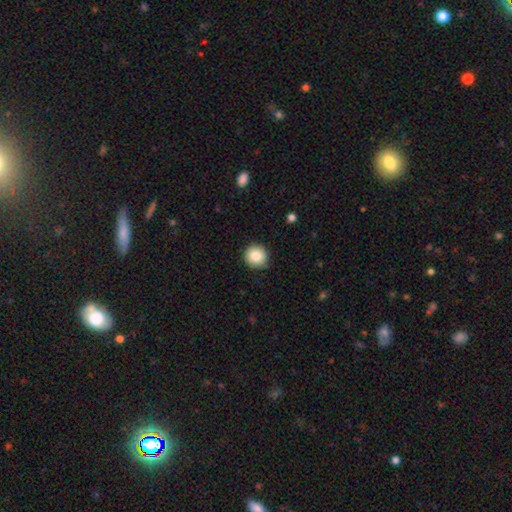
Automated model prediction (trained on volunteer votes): smooth-or-featured: smooth: 86% | star or artifact: 9% | featured or disk: 5%
  how-rounded: round: 93% | in between: 7% | cigar-shaped: 1%
  merging: none: 88% | minor disturbance: 9% | major disturbance: 2% | merger: 1%